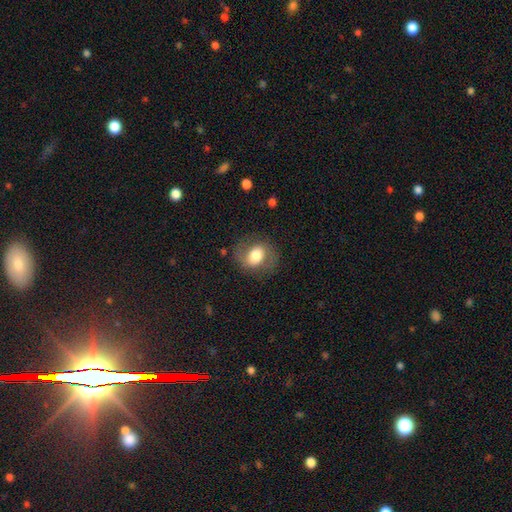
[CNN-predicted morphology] Smooth or featured? smooth (55%)
How rounded? in between (51%)
Merging? none (74%)